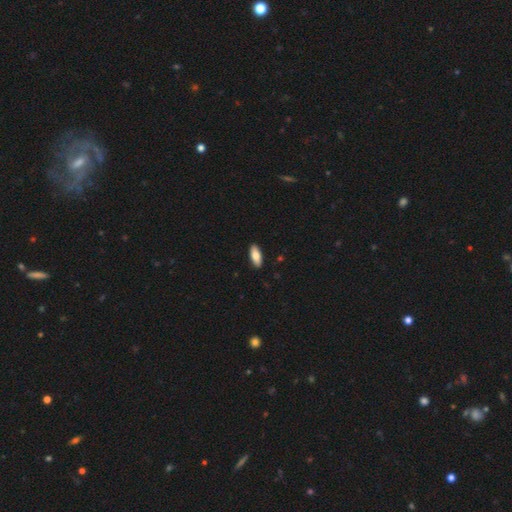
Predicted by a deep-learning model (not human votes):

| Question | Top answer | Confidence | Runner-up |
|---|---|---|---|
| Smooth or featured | smooth | 80% | featured or disk (14%) |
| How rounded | in between | 78% | cigar-shaped (20%) |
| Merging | none | 91% | minor disturbance (7%) |